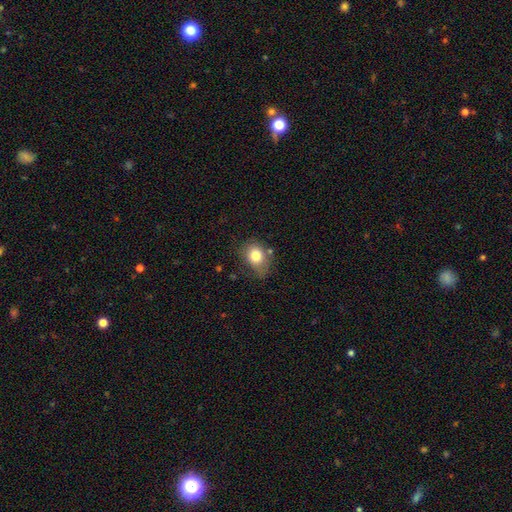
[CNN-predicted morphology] smooth-or-featured: smooth: 79% | featured or disk: 11% | star or artifact: 10%
  how-rounded: in between: 54% | round: 45% | cigar-shaped: 1%
  merging: none: 58% | minor disturbance: 28% | major disturbance: 9% | merger: 5%